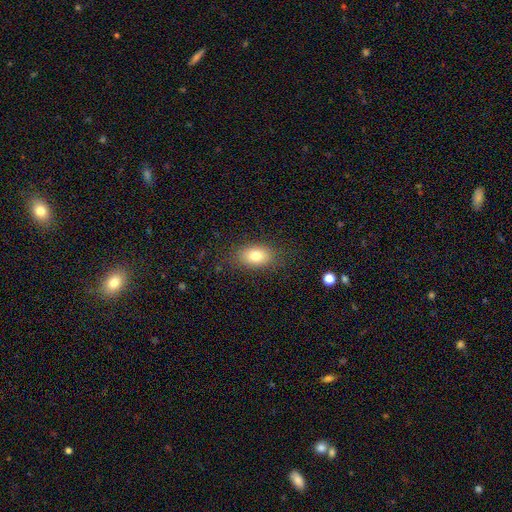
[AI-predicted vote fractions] smooth 80%, featured or disk 11%, star or artifact 9%. Down the decision tree: how rounded — in between (85%); merging — none (83%).